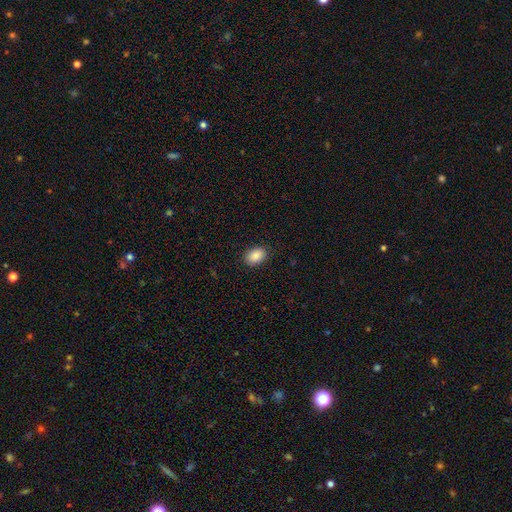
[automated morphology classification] smooth 89%, star or artifact 7%, featured or disk 4%. Down the decision tree: how rounded — in between (83%); merging — none (89%).